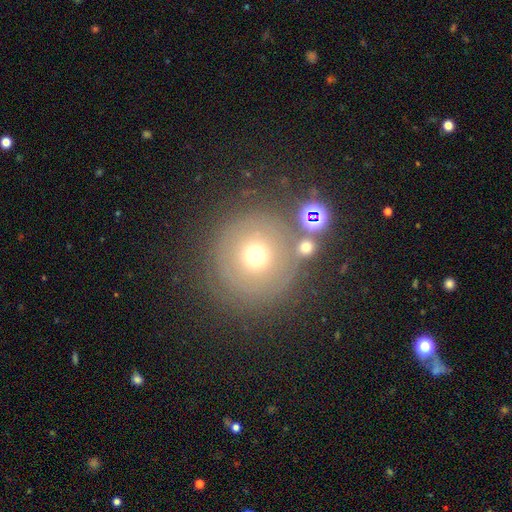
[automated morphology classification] Q: Smooth or featured?
A: smooth (56%); runner-up: featured or disk (29%)
Q: How rounded?
A: round (94%); runner-up: in between (5%)
Q: Merging?
A: none (71%); runner-up: minor disturbance (13%)